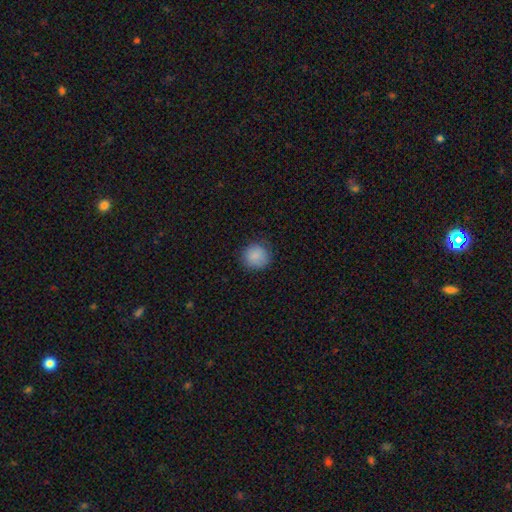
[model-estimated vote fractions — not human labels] smooth-or-featured: smooth: 88% | star or artifact: 8% | featured or disk: 4%
  how-rounded: round: 89% | in between: 10% | cigar-shaped: 1%
  merging: none: 84% | minor disturbance: 12% | major disturbance: 3% | merger: 1%